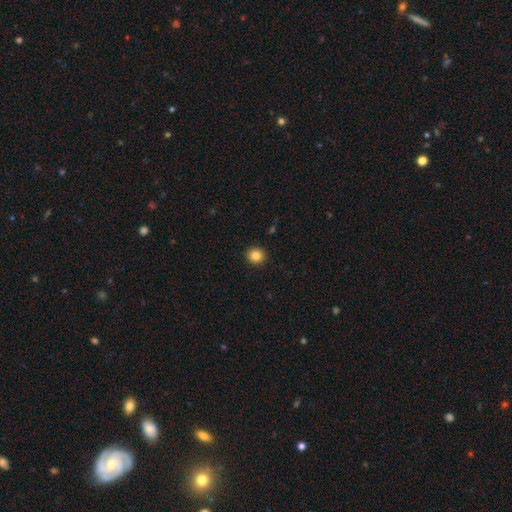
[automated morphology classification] This appears to be a smooth galaxy with no disk features (84%) that is round (86%). Merging: none (92%).